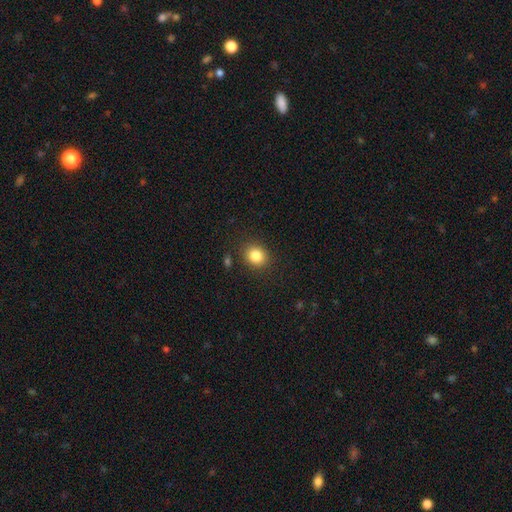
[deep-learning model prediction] Smooth or featured?
  - smooth: 84% *
  - star or artifact: 10%
  - featured or disk: 6%
How rounded?
  - round: 67% *
  - in between: 32%
  - cigar-shaped: 1%
Merging?
  - none: 86% *
  - minor disturbance: 9%
  - major disturbance: 3%
  - merger: 2%